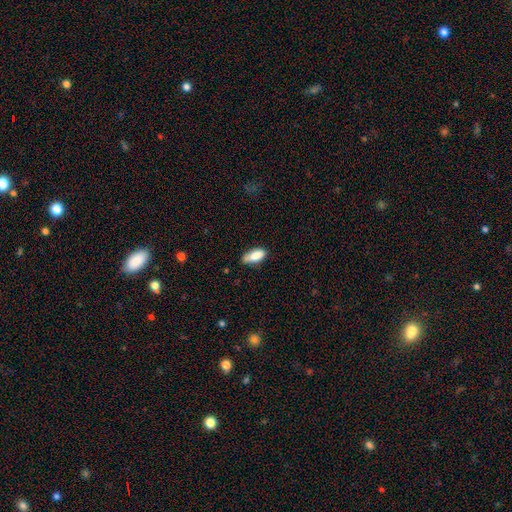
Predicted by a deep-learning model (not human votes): Smooth or featured? smooth (83%)
How rounded? in between (83%)
Merging? none (68%)